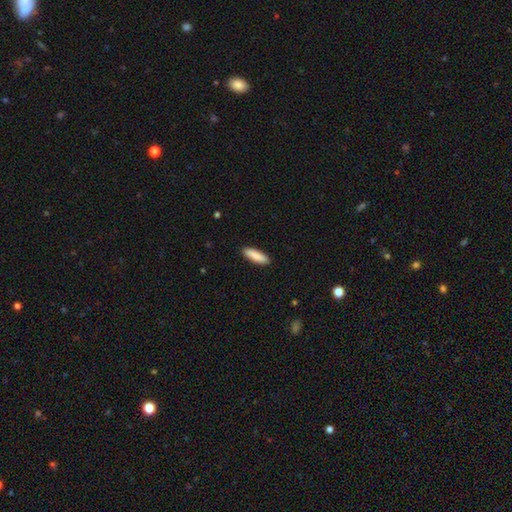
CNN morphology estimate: A smooth galaxy with no disk features (89%) that is cigar-shaped (63%). Merging: none (90%).